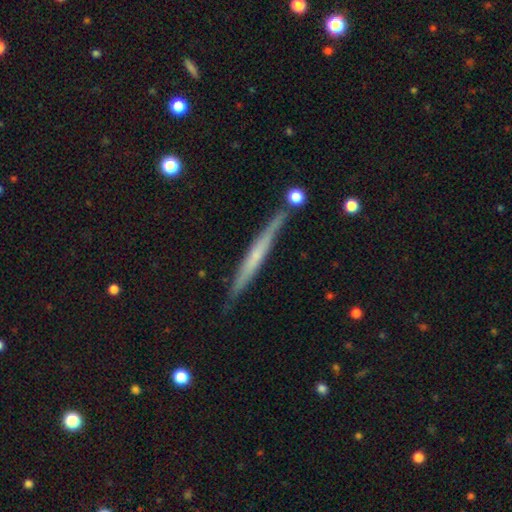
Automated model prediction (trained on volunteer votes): A featured or disk galaxy (56%) viewed edge-on (96%) with no central bulge (72%).

Vote fractions:
- Smooth or featured? featured or disk: 56% / smooth: 38% / star or artifact: 6%
- Edge-on disk? yes: 96% / no: 4%
- Edge-on bulge? none: 72% / rounded: 23% / boxy: 6%
- Merging? none: 83% / minor disturbance: 11% / merger: 4% / major disturbance: 2%